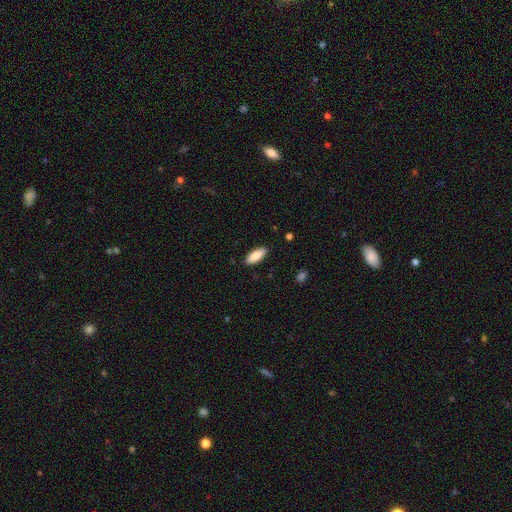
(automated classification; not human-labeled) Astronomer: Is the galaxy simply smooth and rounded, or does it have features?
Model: smooth — 87%.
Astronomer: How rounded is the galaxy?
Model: in between — 81%.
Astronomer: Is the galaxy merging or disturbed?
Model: none — 89%.